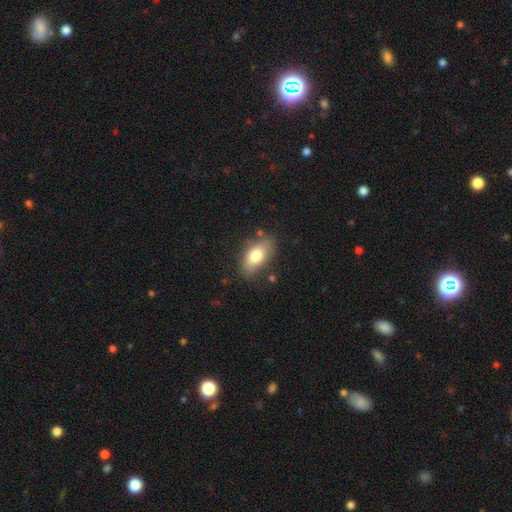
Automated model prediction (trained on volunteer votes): Smooth or featured: smooth — 76% (featured or disk — 17%)
How rounded: in between — 90% (round — 5%)
Merging: none — 75% (minor disturbance — 18%)